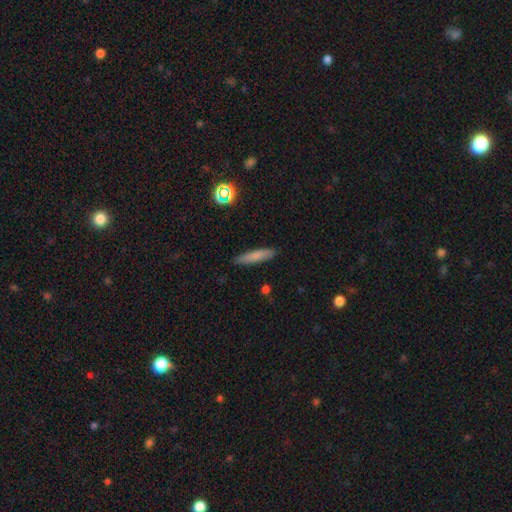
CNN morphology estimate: smooth 77%, featured or disk 14%, star or artifact 9%. Down the decision tree: how rounded — cigar-shaped (85%); merging — none (88%).